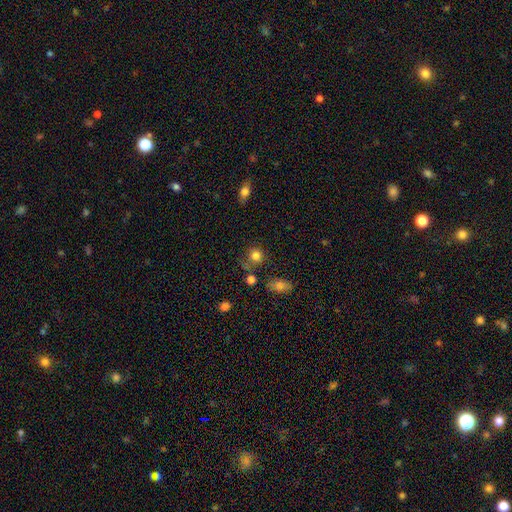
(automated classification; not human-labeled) Smooth or featured? Predicted: smooth (p=0.82). How rounded? Predicted: round (p=0.86). Merging? Predicted: none (p=0.71).